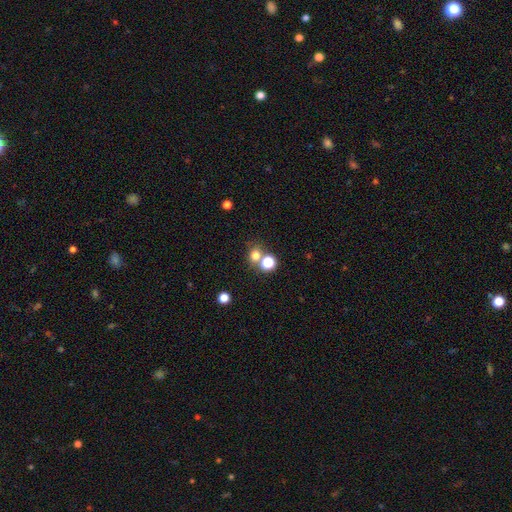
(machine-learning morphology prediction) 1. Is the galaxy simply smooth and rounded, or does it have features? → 72% smooth, 20% star or artifact, 8% featured or disk.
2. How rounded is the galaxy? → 69% round, 29% in between, 1% cigar-shaped.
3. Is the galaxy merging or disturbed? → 56% none, 31% merger, 9% minor disturbance, 5% major disturbance.